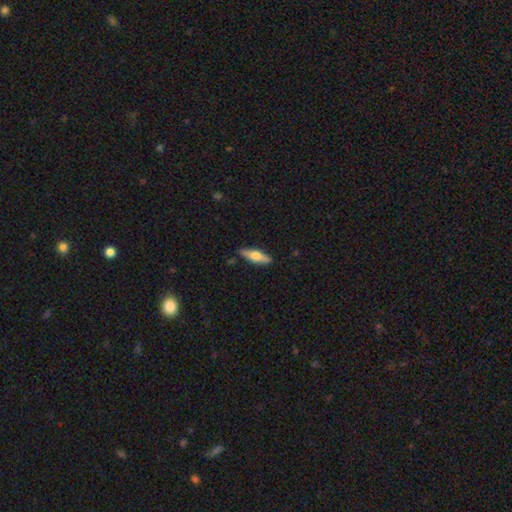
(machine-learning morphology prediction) This is possibly a smooth galaxy (49%). Merging: clearly none (86%).